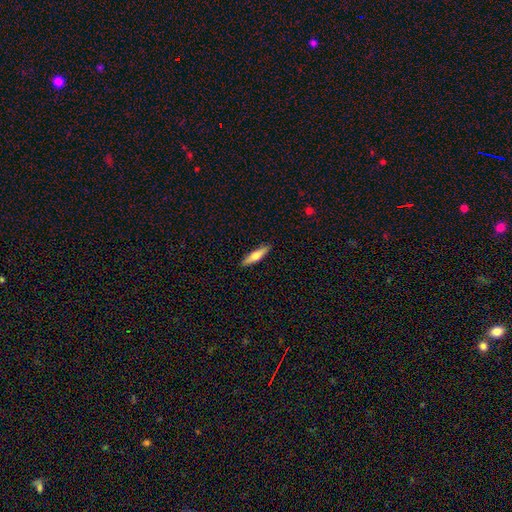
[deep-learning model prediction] This appears to be a smooth galaxy with no disk features (63%) that is cigar-shaped (77%). Merging: none (90%).